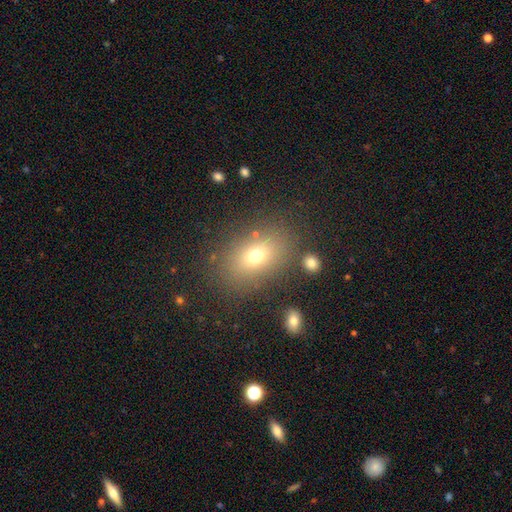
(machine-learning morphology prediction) smooth 70%, star or artifact 15%, featured or disk 15%. Down the decision tree: how rounded — in between (78%); merging — none (81%).